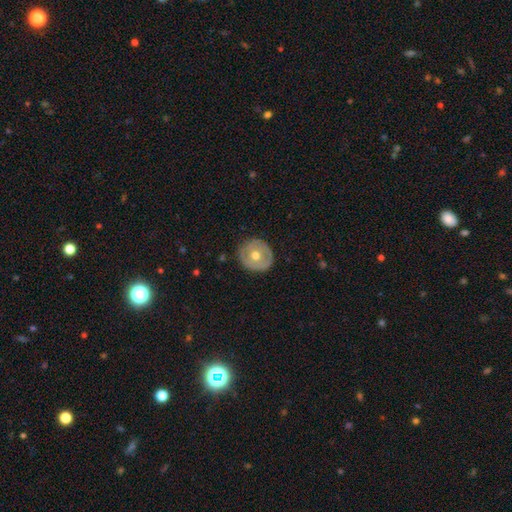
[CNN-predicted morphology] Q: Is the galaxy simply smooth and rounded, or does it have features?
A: featured or disk — 48%.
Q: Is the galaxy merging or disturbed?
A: none — 83%.